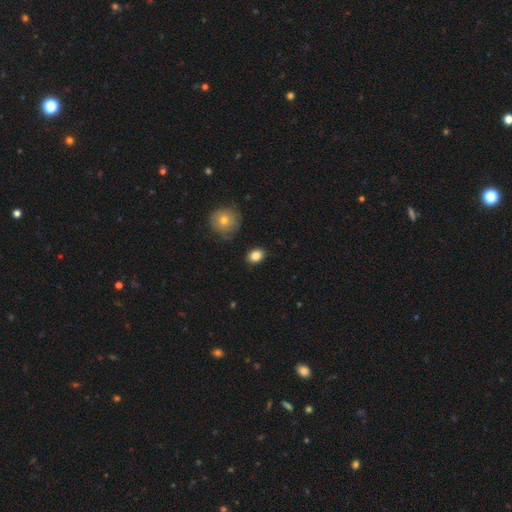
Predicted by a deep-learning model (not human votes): smooth_or_featured: smooth (p=0.85) [alt: star or artifact p=0.09]
how_rounded: in between (p=0.64) [alt: round p=0.35]
merging: none (p=0.87) [alt: minor disturbance p=0.09]